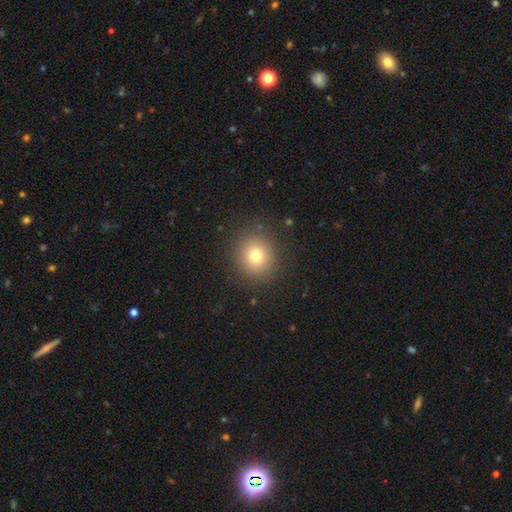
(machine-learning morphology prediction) The model was most divided on "smooth or featured": smooth: 76%, star or artifact: 14%, featured or disk: 10%. More confident: merging — none (89%); how rounded — round (88%).